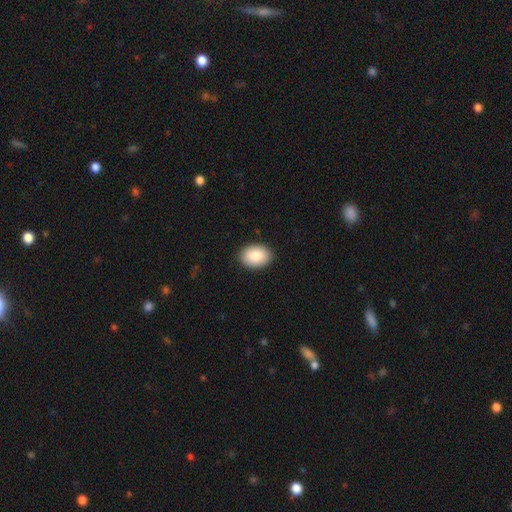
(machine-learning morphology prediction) Smooth or featured?
  - smooth: 84% *
  - featured or disk: 9%
  - star or artifact: 7%
How rounded?
  - in between: 75% *
  - round: 24%
  - cigar-shaped: 1%
Merging?
  - none: 90% *
  - minor disturbance: 7%
  - major disturbance: 2%
  - merger: 1%